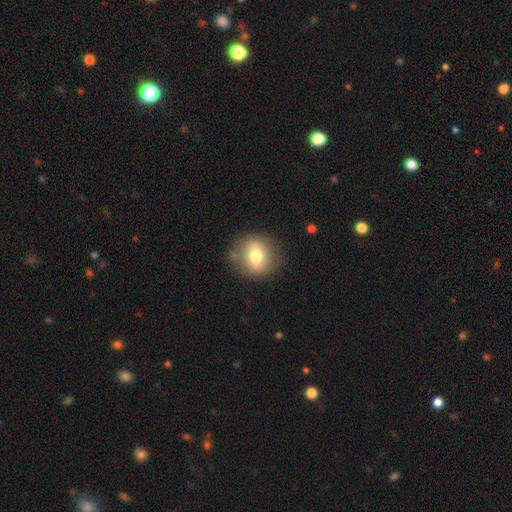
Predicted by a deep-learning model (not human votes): The model was most divided on "smooth or featured": smooth: 58%, featured or disk: 34%, star or artifact: 9%. More confident: how rounded — round (81%); merging — none (80%).